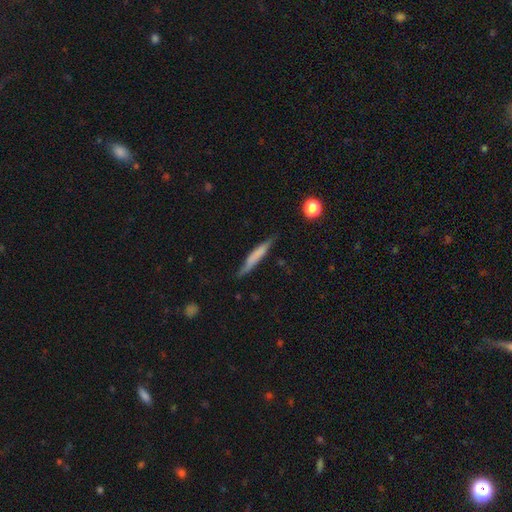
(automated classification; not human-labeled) This is possibly a smooth galaxy (57%). How rounded: clearly cigar-shaped (93%). Merging: likely none (77%).